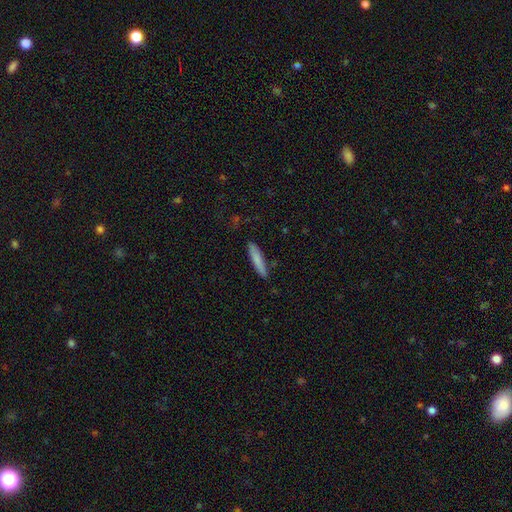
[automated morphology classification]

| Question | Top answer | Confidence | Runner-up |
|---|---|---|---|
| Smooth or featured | smooth | 77% | featured or disk (17%) |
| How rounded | cigar-shaped | 92% | in between (7%) |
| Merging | none | 85% | minor disturbance (11%) |